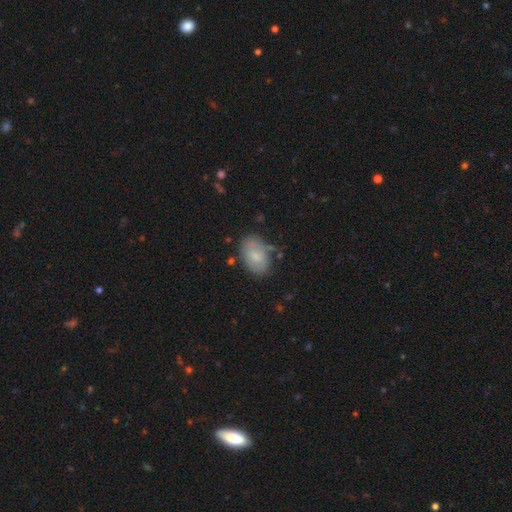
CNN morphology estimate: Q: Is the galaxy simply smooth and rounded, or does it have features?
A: smooth — 71%.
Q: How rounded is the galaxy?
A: in between — 89%.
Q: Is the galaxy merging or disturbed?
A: none — 66%.